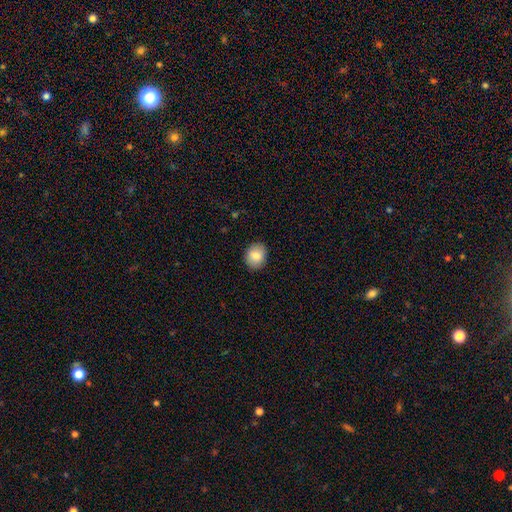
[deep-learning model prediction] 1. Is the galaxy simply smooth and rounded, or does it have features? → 84% smooth, 8% featured or disk, 8% star or artifact.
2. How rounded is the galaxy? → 54% round, 45% in between, 1% cigar-shaped.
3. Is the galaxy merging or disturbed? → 88% none, 9% minor disturbance, 2% major disturbance, 1% merger.